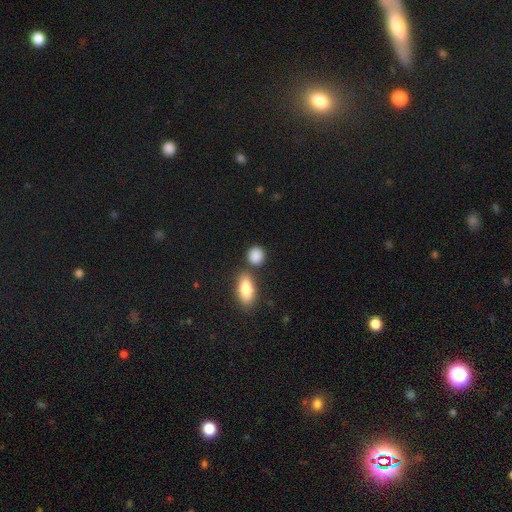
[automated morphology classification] A smooth galaxy with no disk features (88%) that is round (70%). Merging: none (72%).